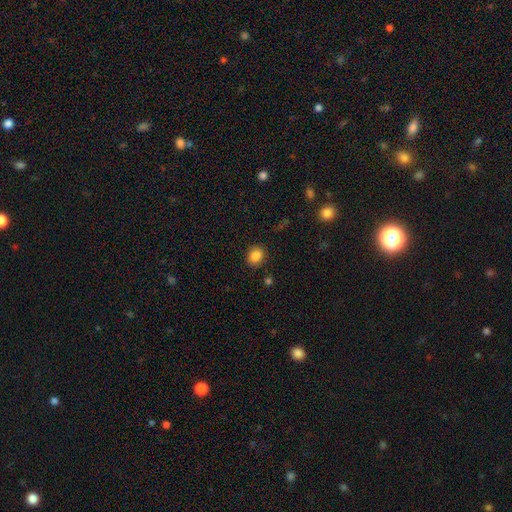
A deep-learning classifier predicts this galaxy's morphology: Overall: smooth (85%). How rounded: round (59%; in between 40%). Merging: none (88%).